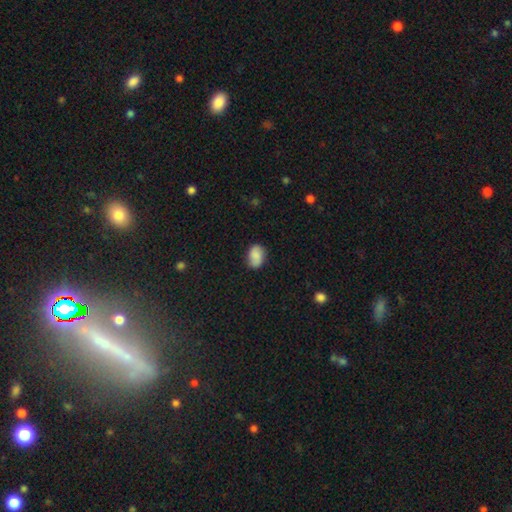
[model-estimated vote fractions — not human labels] Smooth or featured? smooth (83%)
How rounded? in between (83%)
Merging? none (78%)